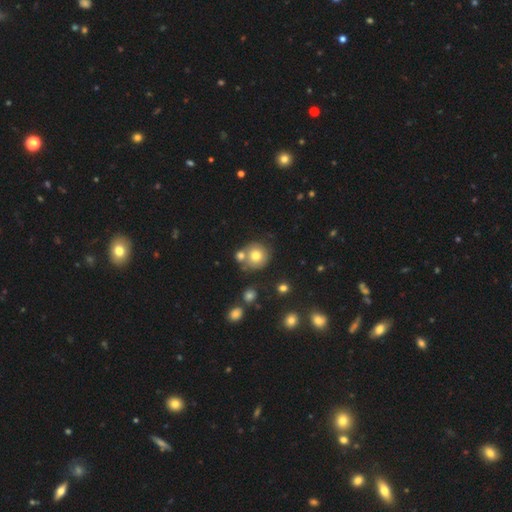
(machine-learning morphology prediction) smooth-or-featured: smooth: 73% | featured or disk: 16% | star or artifact: 11%
  how-rounded: round: 90% | in between: 10% | cigar-shaped: 1%
  merging: none: 61% | merger: 24% | minor disturbance: 11% | major disturbance: 4%